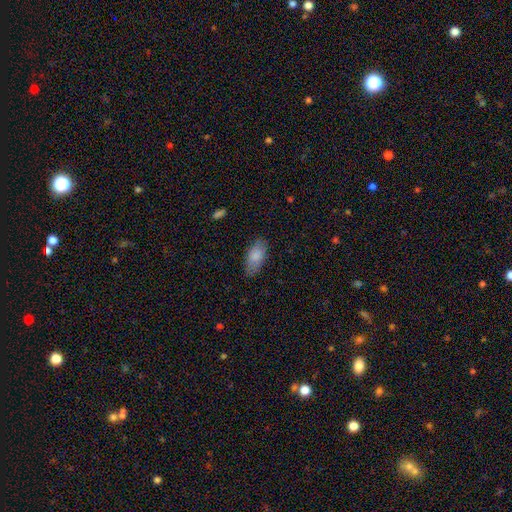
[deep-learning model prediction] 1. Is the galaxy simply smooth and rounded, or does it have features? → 85% smooth, 9% featured or disk, 6% star or artifact.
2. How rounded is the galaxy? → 90% in between, 7% cigar-shaped, 2% round.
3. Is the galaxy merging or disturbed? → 80% none, 16% minor disturbance, 4% major disturbance, 1% merger.